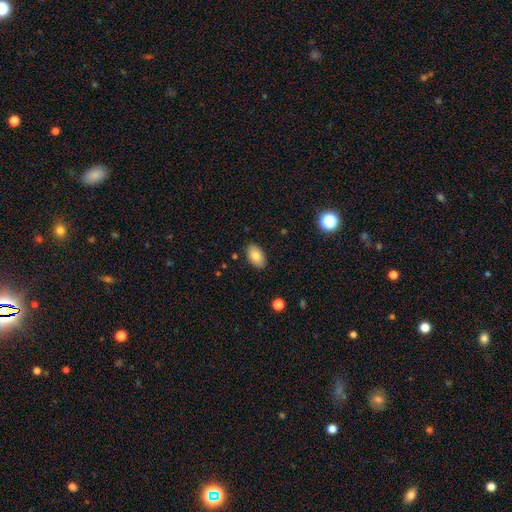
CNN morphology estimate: Smooth or featured? smooth (80%)
How rounded? in between (92%)
Merging? none (85%)